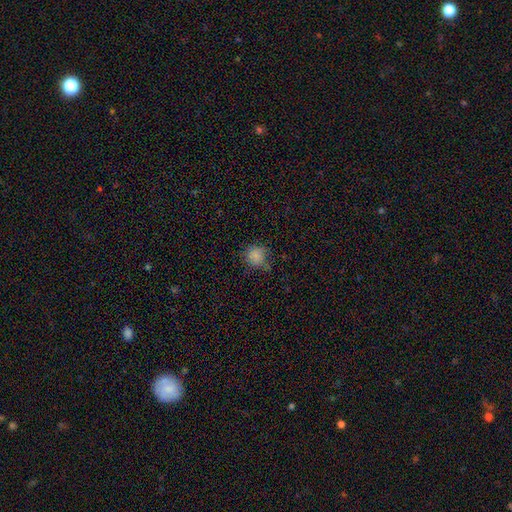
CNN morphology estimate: smooth_or_featured: smooth (p=0.81) [alt: star or artifact p=0.13]
how_rounded: round (p=0.82) [alt: in between p=0.17]
merging: none (p=0.63) [alt: minor disturbance p=0.24]